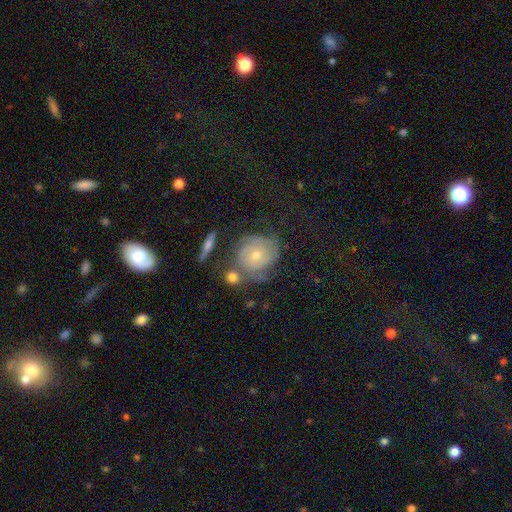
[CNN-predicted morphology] Smooth or featured: featured or disk — 69% (smooth — 19%)
Edge-on disk: no — 95% (yes — 5%)
Bar: no — 78% (weak — 18%)
Spiral arms: yes — 88% (no — 12%)
Spiral winding: tight — 71% (medium — 21%)
Spiral arm count: can't tell — 39% (2 — 31%)
Bulge size: small — 59% (moderate — 37%)
Merging: none — 60% (minor disturbance — 20%)